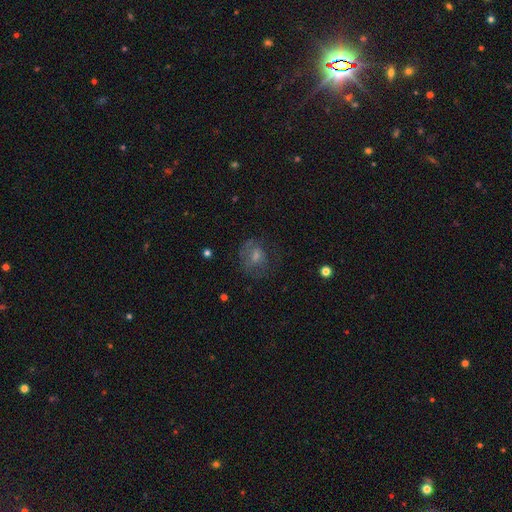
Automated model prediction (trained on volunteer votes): Q: Smooth or featured?
A: featured or disk (41%); runner-up: smooth (39%)
Q: Merging?
A: none (62%); runner-up: minor disturbance (19%)